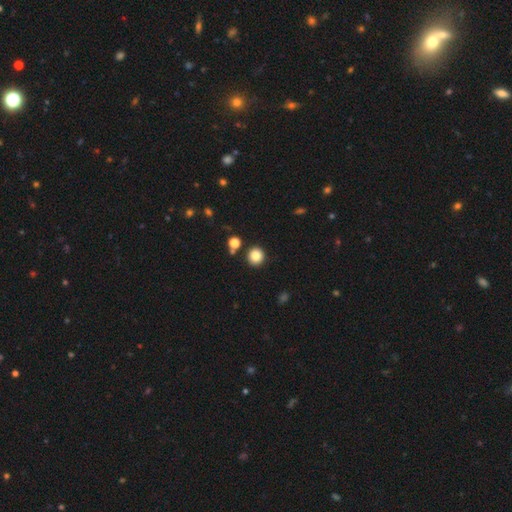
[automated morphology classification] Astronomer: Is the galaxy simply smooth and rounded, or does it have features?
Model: smooth — 85%.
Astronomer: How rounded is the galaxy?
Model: round — 91%.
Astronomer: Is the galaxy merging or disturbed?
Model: none — 87%.